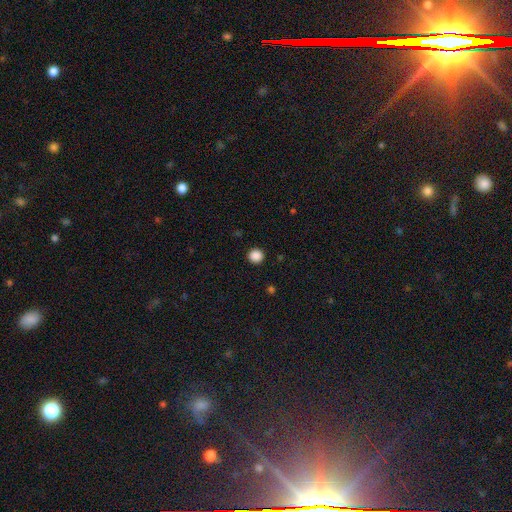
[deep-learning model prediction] Smooth or featured? Predicted: smooth (p=0.88). How rounded? Predicted: round (p=0.92). Merging? Predicted: none (p=0.93).